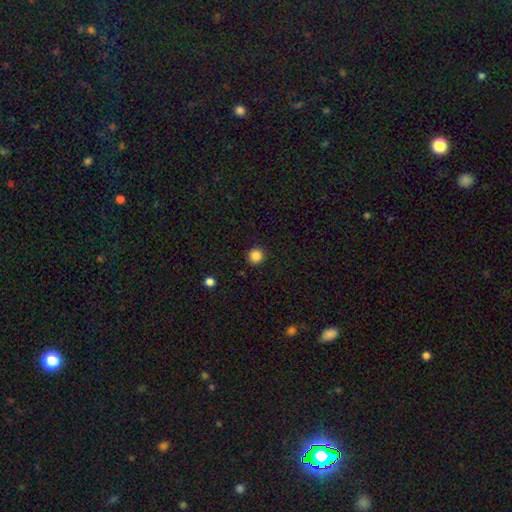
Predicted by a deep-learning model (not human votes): smooth_or_featured: smooth (p=0.86) [alt: star or artifact p=0.11]
how_rounded: round (p=0.94) [alt: in between p=0.05]
merging: none (p=0.92) [alt: minor disturbance p=0.05]